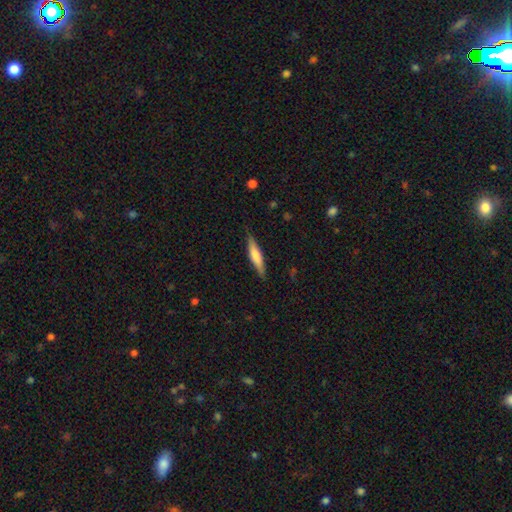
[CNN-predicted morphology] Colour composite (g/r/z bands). It shows a smooth galaxy with no disk features (61%) that is cigar-shaped (82%). Merging: none (84%).